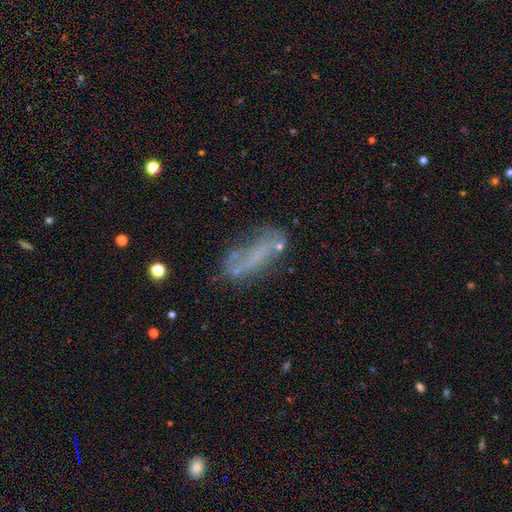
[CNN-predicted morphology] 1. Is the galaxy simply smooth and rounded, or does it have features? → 48% featured or disk, 36% smooth, 16% star or artifact.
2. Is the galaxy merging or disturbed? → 44% none, 24% minor disturbance, 24% major disturbance, 9% merger.